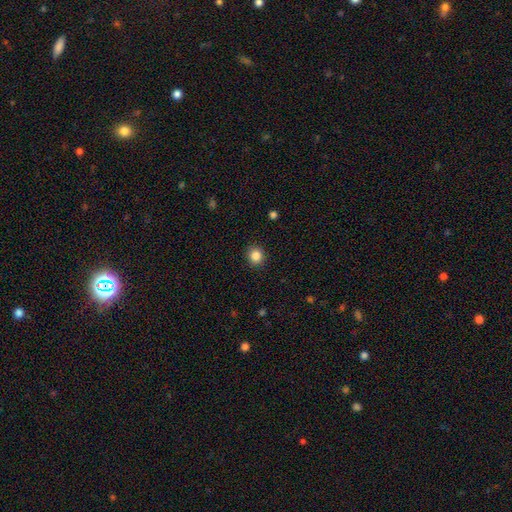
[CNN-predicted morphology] Q: Smooth or featured?
A: smooth (85%); runner-up: star or artifact (11%)
Q: How rounded?
A: round (84%); runner-up: in between (15%)
Q: Merging?
A: none (90%); runner-up: minor disturbance (6%)